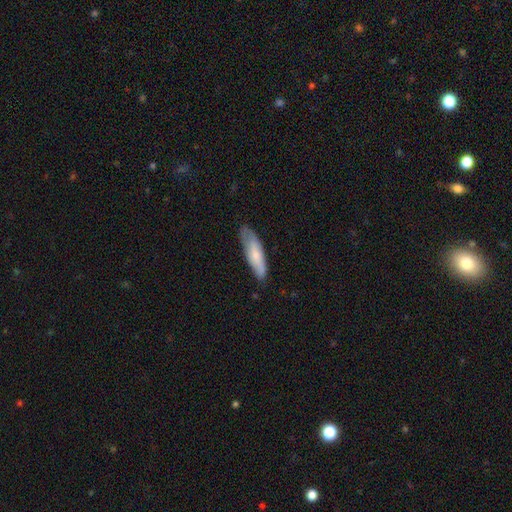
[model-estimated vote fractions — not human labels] A smooth galaxy with no disk features (66%) that is cigar-shaped (59%). Merging: none (70%).